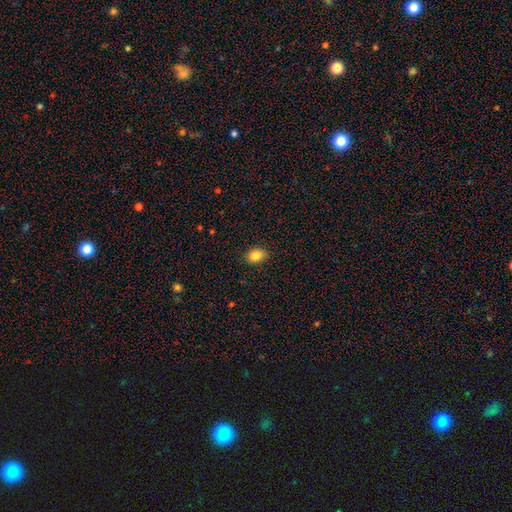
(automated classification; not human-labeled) Smooth or featured? smooth (86%)
How rounded? in between (75%)
Merging? none (88%)